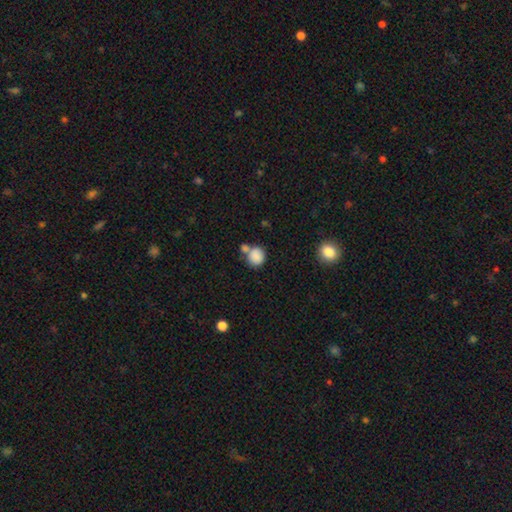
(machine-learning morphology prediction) This is clearly a smooth galaxy (85%). How rounded: likely round (77%). Merging: possibly none (49%).